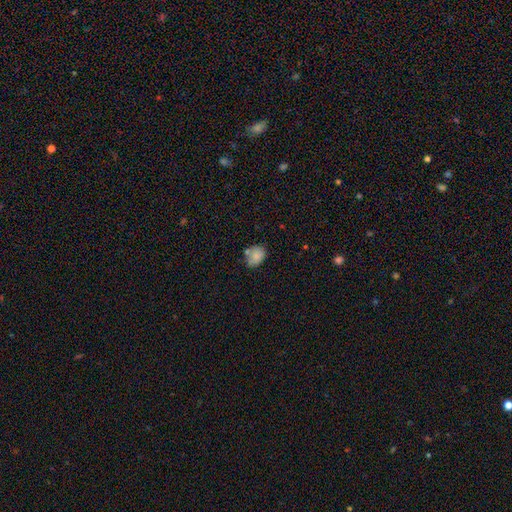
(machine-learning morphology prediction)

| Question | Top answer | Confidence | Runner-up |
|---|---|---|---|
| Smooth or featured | smooth | 80% | featured or disk (11%) |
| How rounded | in between | 60% | round (39%) |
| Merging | none | 60% | minor disturbance (23%) |